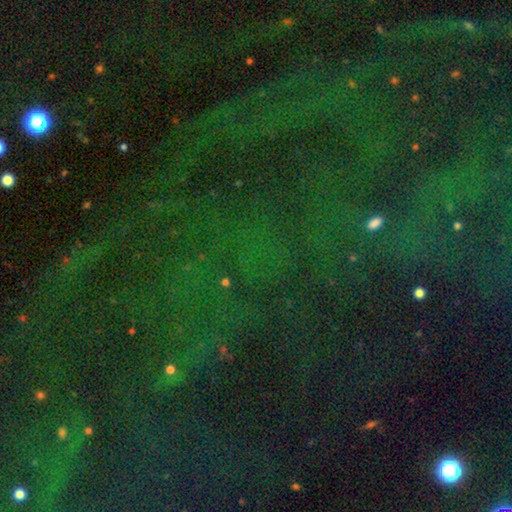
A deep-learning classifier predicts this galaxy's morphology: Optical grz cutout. It shows a star or artifact, not a galaxy (81%).